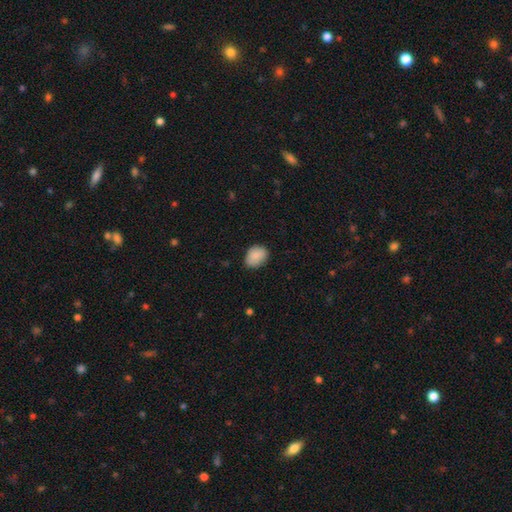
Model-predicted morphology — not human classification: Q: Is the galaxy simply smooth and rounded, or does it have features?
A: smooth — 87%.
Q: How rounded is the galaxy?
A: in between — 62%.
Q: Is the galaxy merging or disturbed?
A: none — 75%.